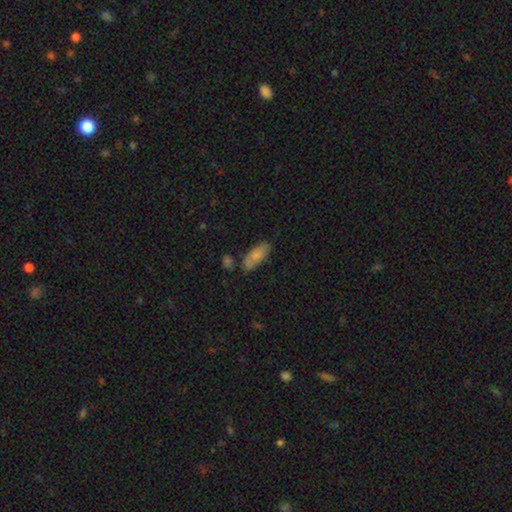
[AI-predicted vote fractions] smooth 79%, featured or disk 14%, star or artifact 7%. Down the decision tree: how rounded — in between (81%); merging — none (71%).